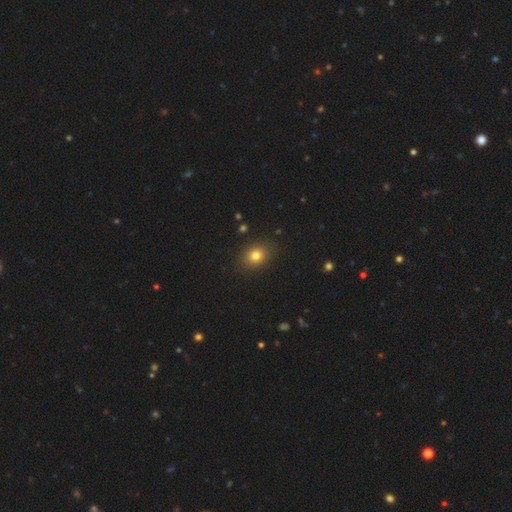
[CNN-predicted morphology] Smooth or featured: smooth — 79% (star or artifact — 13%)
How rounded: round — 52% (in between — 47%)
Merging: none — 87% (minor disturbance — 9%)